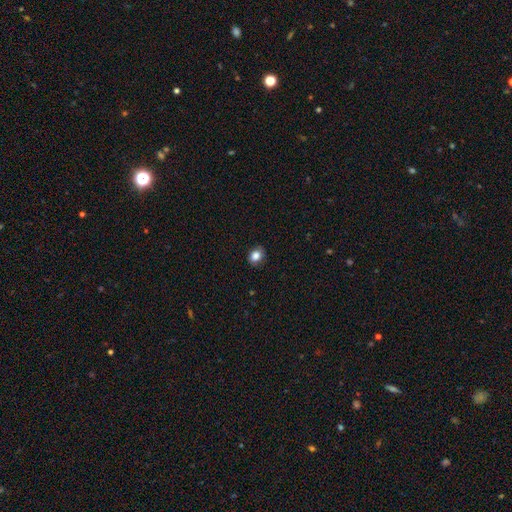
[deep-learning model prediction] Morphology: type=smooth (84%); roundness=in between (54%); merging=none (83%).